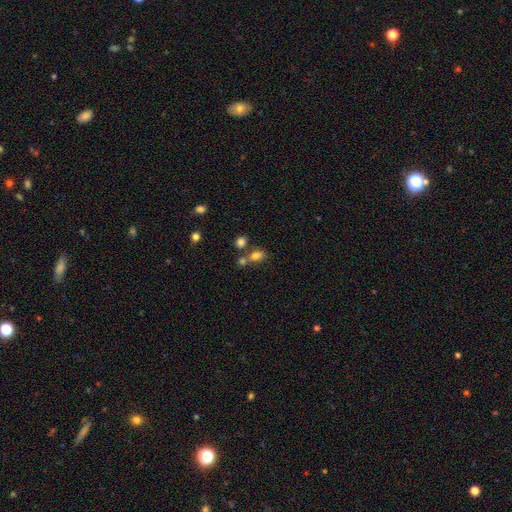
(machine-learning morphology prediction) smooth 77%, star or artifact 13%, featured or disk 9%. Down the decision tree: how rounded — in between (75%); merging — none (49%).